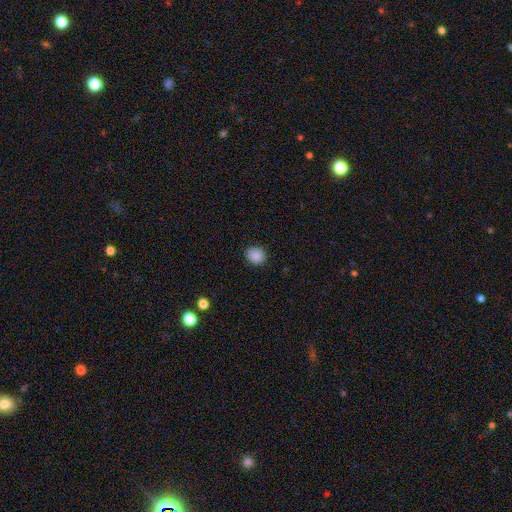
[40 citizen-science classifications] This is clearly a smooth galaxy (92%). How rounded: possibly round (51%). Merging: clearly none (97%).